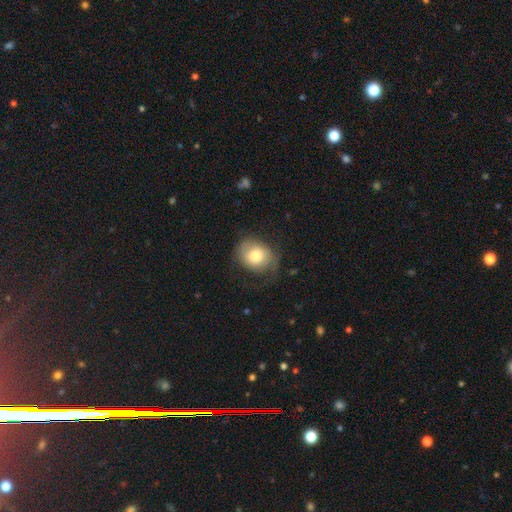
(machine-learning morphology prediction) Smooth or featured?
  - smooth: 70% *
  - featured or disk: 22%
  - star or artifact: 7%
How rounded?
  - round: 51% *
  - in between: 48%
  - cigar-shaped: 1%
Merging?
  - none: 56% *
  - minor disturbance: 26%
  - major disturbance: 17%
  - merger: 1%